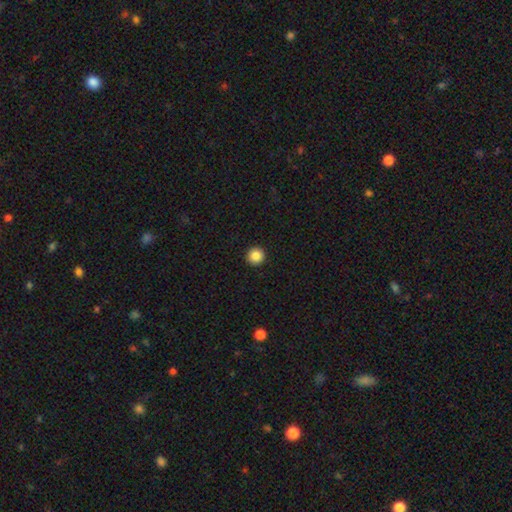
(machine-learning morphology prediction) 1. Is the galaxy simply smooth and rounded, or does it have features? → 86% smooth, 10% star or artifact, 4% featured or disk.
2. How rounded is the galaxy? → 96% round, 3% in between, 1% cigar-shaped.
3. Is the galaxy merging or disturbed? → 94% none, 4% minor disturbance, 1% major disturbance, 1% merger.